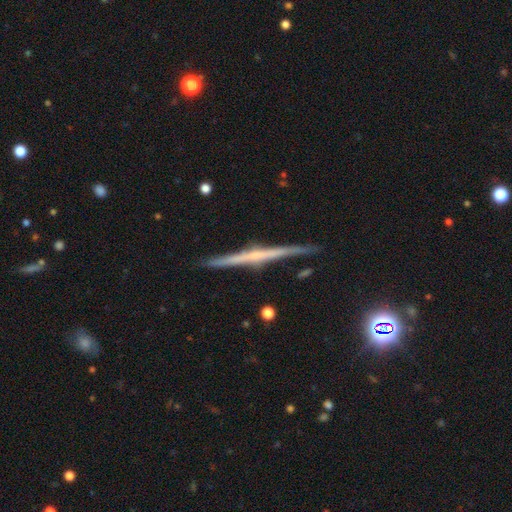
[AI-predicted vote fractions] Smooth or featured? featured or disk (76%)
Edge-on disk? yes (98%)
Edge-on bulge? none (51%)
Merging? none (89%)